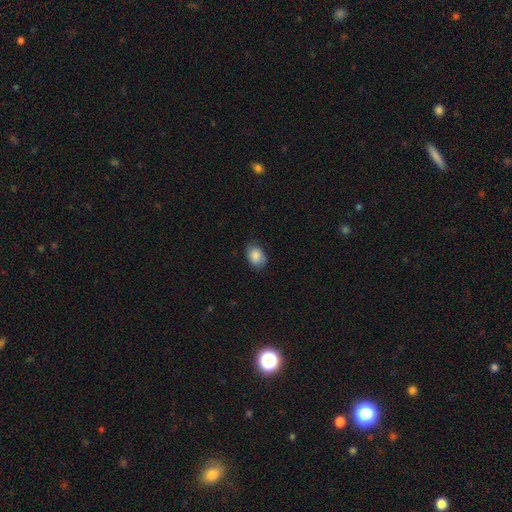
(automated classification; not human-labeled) Smooth or featured? Predicted: smooth (p=0.83). How rounded? Predicted: in between (p=0.76). Merging? Predicted: none (p=0.75).